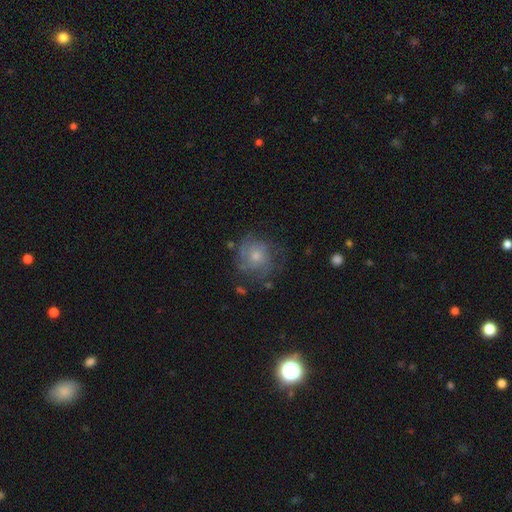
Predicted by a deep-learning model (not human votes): This is possibly a featured or disk galaxy (52%). It is clearly not viewed edge-on (97%). Bar: clearly no (84%). Spiral arm pattern: likely yes (69%). Central bulge: possibly moderate (47%). Merging: likely none (62%).